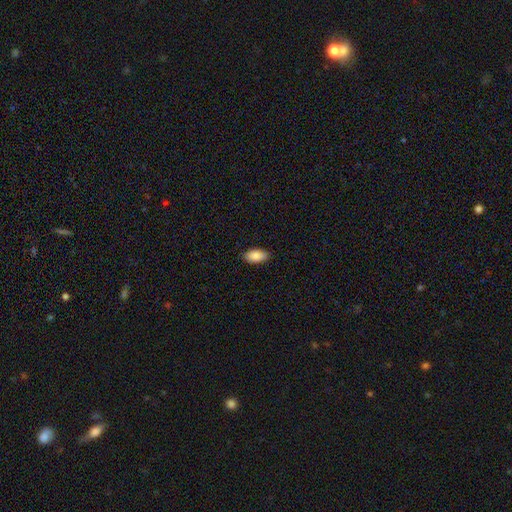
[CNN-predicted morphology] Smooth or featured? Predicted: smooth (p=0.87). How rounded? Predicted: in between (p=0.94). Merging? Predicted: none (p=0.88).